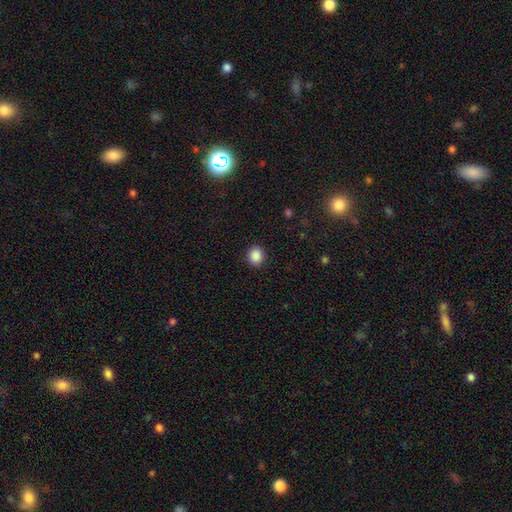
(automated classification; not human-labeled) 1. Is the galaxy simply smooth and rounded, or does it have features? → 88% smooth, 9% star or artifact, 3% featured or disk.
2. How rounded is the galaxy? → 76% round, 24% in between, 1% cigar-shaped.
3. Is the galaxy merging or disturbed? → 91% none, 6% minor disturbance, 2% major disturbance, 1% merger.